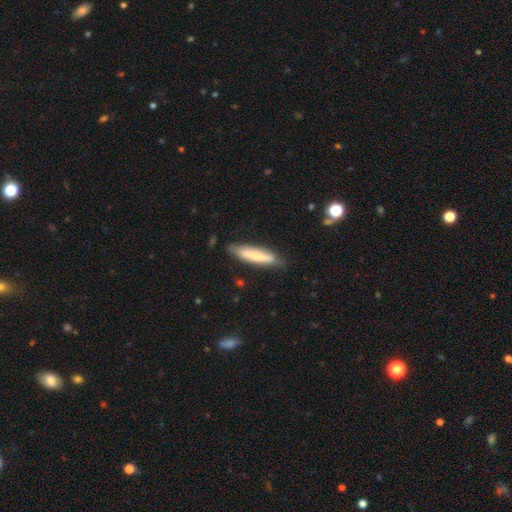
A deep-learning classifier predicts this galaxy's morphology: Overall: smooth (67%; featured or disk 28%). How rounded: cigar-shaped (82%). Merging: none (77%).